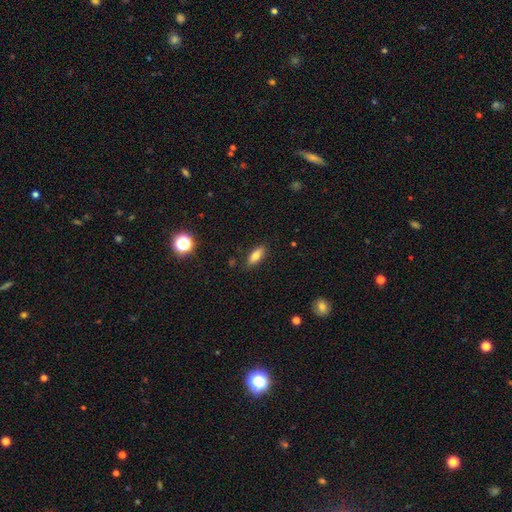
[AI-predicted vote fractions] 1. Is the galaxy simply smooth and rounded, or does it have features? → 71% smooth, 20% featured or disk, 9% star or artifact.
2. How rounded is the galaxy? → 70% in between, 27% cigar-shaped, 4% round.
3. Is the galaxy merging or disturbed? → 85% none, 11% minor disturbance, 2% major disturbance, 2% merger.